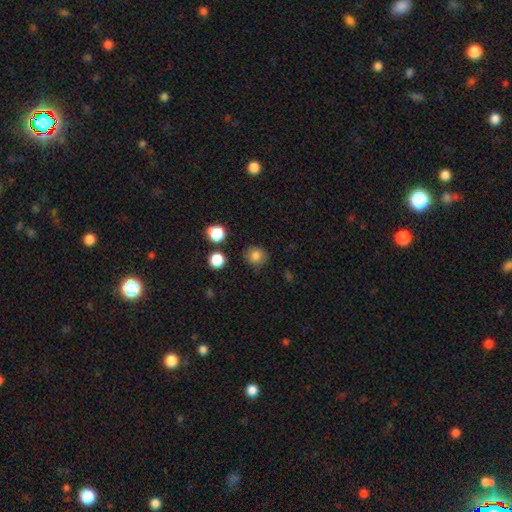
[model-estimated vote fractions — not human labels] A smooth galaxy with no disk features (82%) that is round (89%). Merging: none (85%).